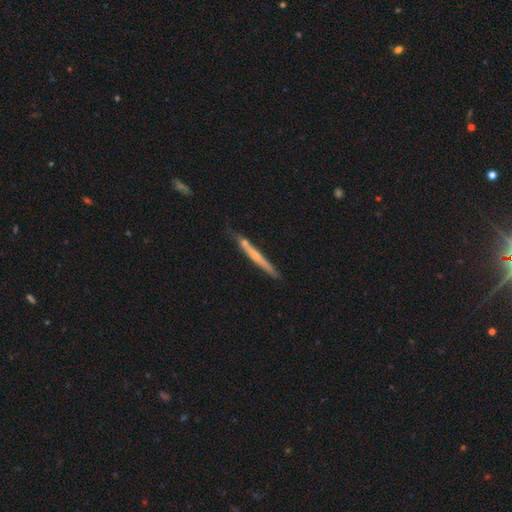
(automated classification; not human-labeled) The model was most divided on "smooth or featured": featured or disk: 51%, smooth: 43%, star or artifact: 6%. More confident: edge-on disk — yes (95%); merging — none (76%).